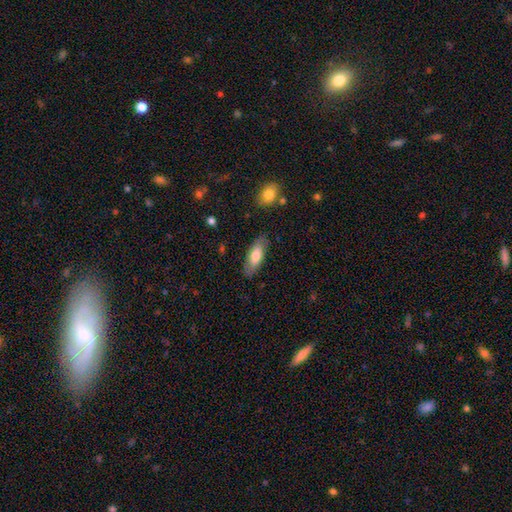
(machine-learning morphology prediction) This appears to be a smooth galaxy with no disk features (71%) that is in between round and cigar-shaped (74%). Merging: none (82%).